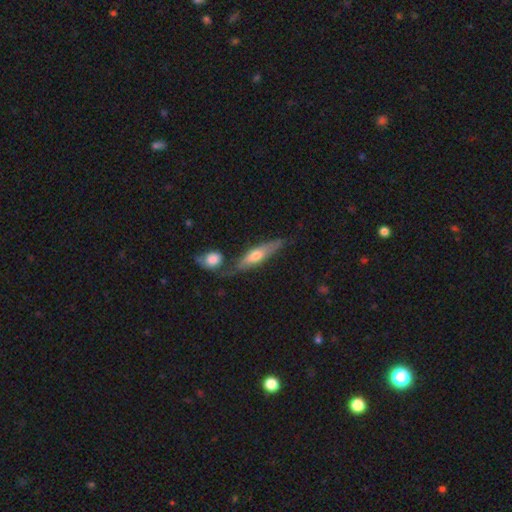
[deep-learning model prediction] smooth-or-featured: featured or disk: 51% | smooth: 43% | star or artifact: 6%
  disk-edge-on: yes: 80% | no: 20%
  merging: none: 57% | merger: 19% | minor disturbance: 17% | major disturbance: 6%